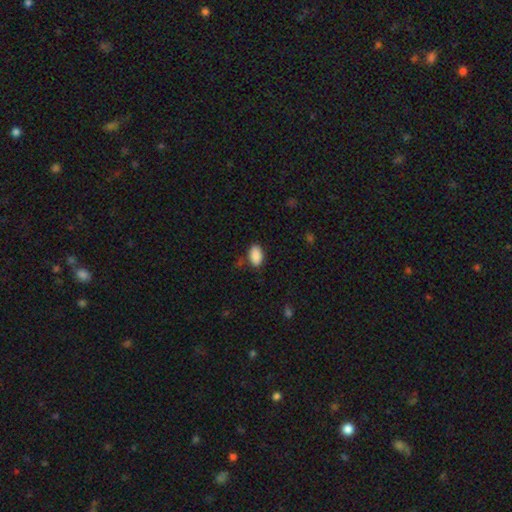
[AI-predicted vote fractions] Smooth or featured? Predicted: smooth (p=0.89). How rounded? Predicted: in between (p=0.93). Merging? Predicted: none (p=0.80).